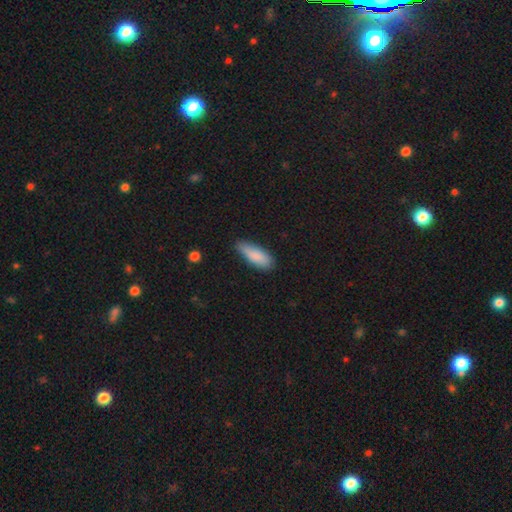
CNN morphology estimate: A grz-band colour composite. It shows a smooth galaxy with no disk features (86%) that is in between round and cigar-shaped (62%). Merging: none (69%).